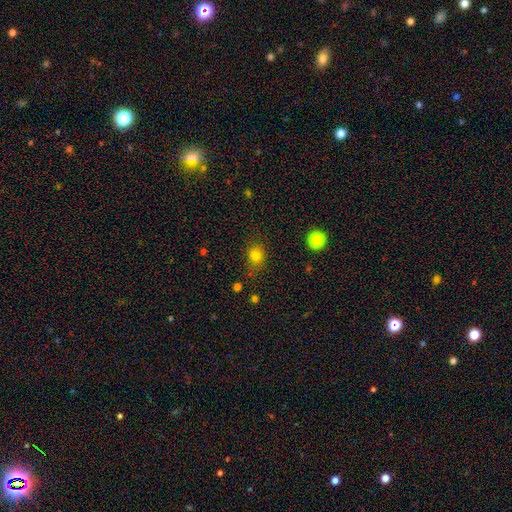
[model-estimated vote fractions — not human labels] A smooth galaxy with no disk features (79%) that is round (60%).

Vote fractions:
- Smooth or featured? smooth: 79% / star or artifact: 15% / featured or disk: 7%
- How rounded? round: 60% / in between: 39% / cigar-shaped: 1%
- Merging? none: 74% / minor disturbance: 17% / major disturbance: 5% / merger: 3%